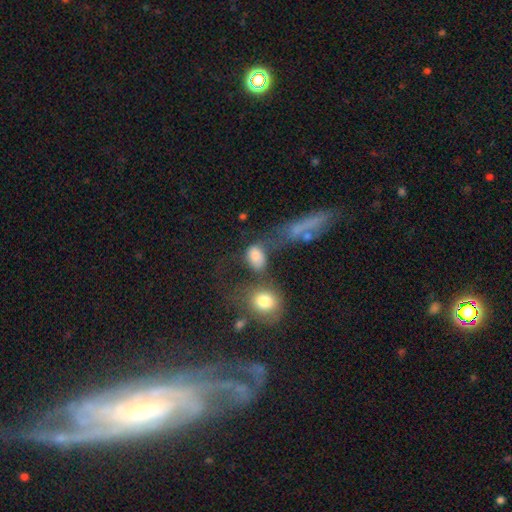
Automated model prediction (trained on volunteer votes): smooth-or-featured: smooth: 76% | featured or disk: 14% | star or artifact: 11%
  how-rounded: in between: 65% | round: 31% | cigar-shaped: 4%
  merging: none: 33% | merger: 30% | major disturbance: 20% | minor disturbance: 16%